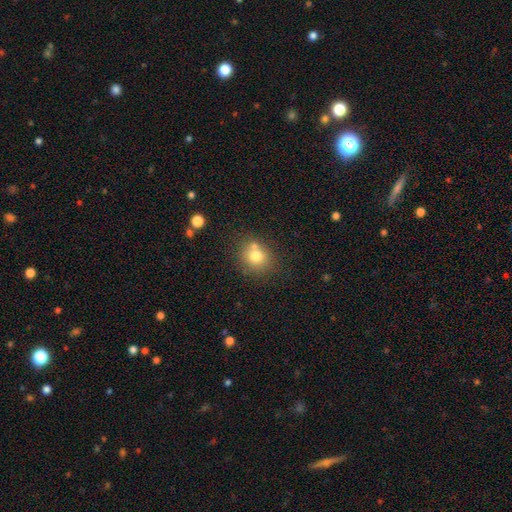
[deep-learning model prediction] Q: Smooth or featured?
A: smooth (75%); runner-up: featured or disk (13%)
Q: How rounded?
A: round (76%); runner-up: in between (23%)
Q: Merging?
A: none (61%); runner-up: merger (22%)